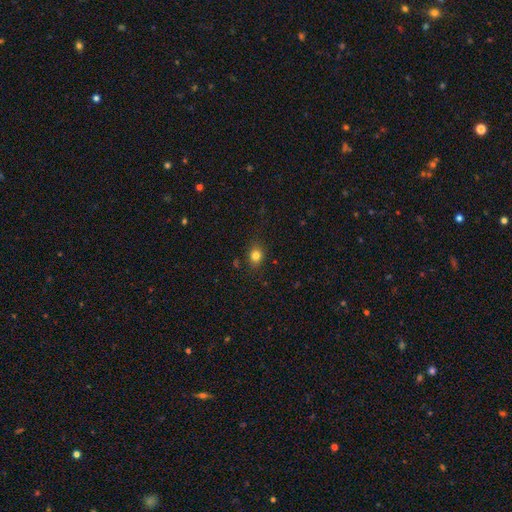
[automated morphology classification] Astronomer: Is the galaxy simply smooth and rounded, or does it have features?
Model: smooth — 81%.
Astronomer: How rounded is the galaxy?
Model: round — 62%.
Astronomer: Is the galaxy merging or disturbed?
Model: none — 82%.